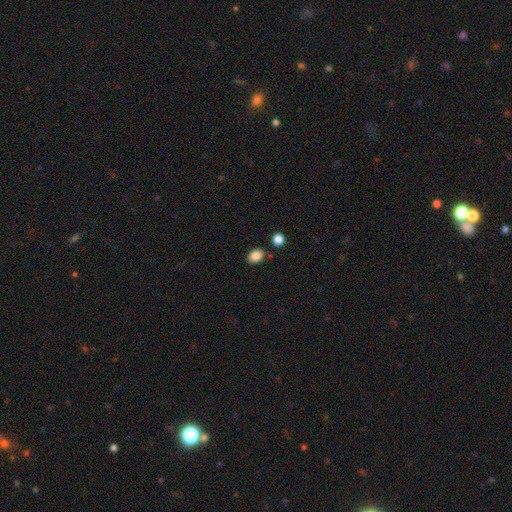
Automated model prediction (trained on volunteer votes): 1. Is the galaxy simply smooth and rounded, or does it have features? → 86% smooth, 9% star or artifact, 5% featured or disk.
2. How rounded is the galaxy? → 74% in between, 25% round, 1% cigar-shaped.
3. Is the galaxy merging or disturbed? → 78% none, 12% minor disturbance, 7% merger, 3% major disturbance.